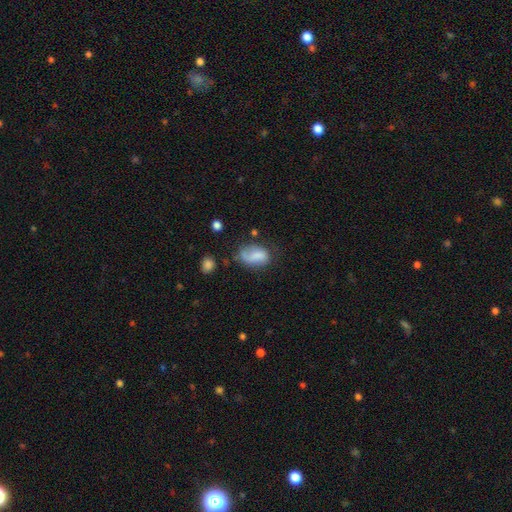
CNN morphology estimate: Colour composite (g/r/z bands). It shows a smooth galaxy with no disk features (71%) that is in between round and cigar-shaped (87%). Merging: none (44%).